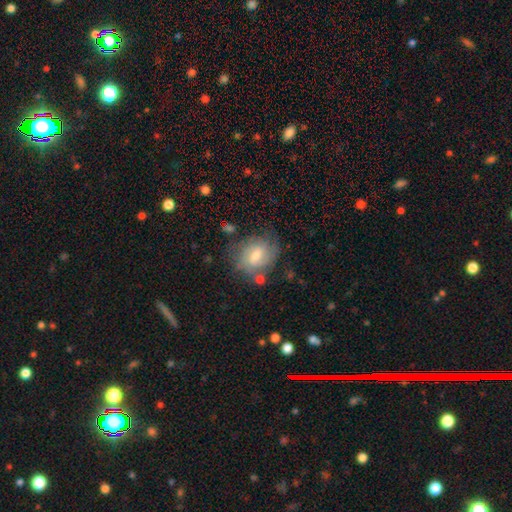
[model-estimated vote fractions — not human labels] A featured or disk galaxy (49%). Merging: none (61%).